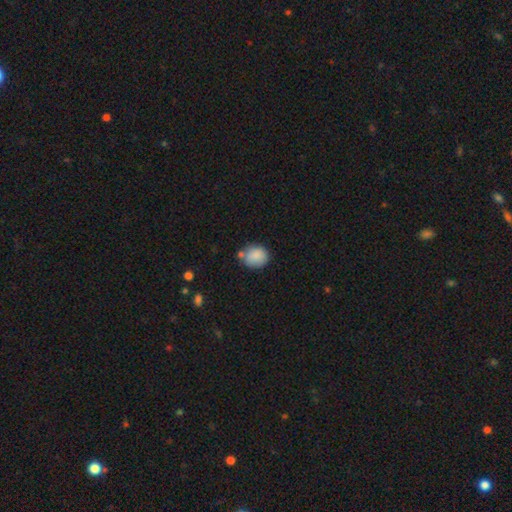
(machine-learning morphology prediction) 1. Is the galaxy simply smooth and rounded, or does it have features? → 86% smooth, 8% star or artifact, 6% featured or disk.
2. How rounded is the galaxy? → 62% round, 37% in between, 1% cigar-shaped.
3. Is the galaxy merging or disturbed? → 63% none, 20% minor disturbance, 12% merger, 5% major disturbance.